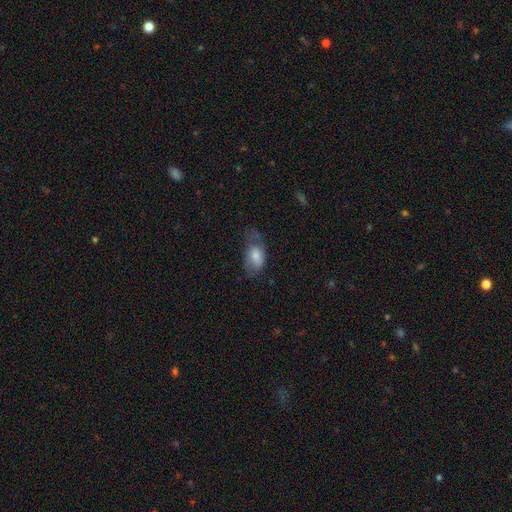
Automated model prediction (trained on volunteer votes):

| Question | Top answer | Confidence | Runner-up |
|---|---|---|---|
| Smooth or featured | smooth | 63% | featured or disk (29%) |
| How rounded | in between | 89% | round (7%) |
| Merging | none | 44% | minor disturbance (31%) |